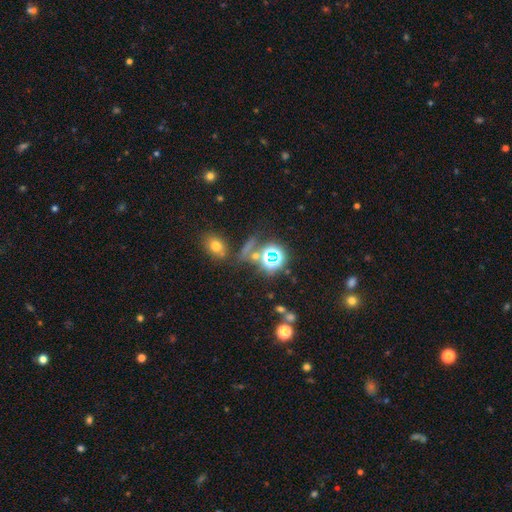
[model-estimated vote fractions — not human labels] This appears to be a star or artifact, not a galaxy (56%).